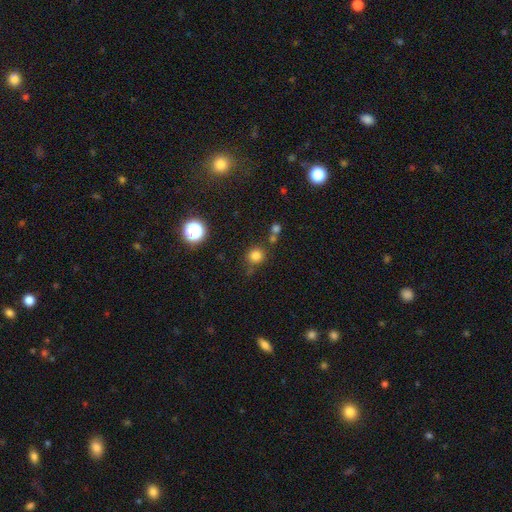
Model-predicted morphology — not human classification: smooth 79%, star or artifact 15%, featured or disk 5%. Down the decision tree: how rounded — round (90%); merging — none (74%).